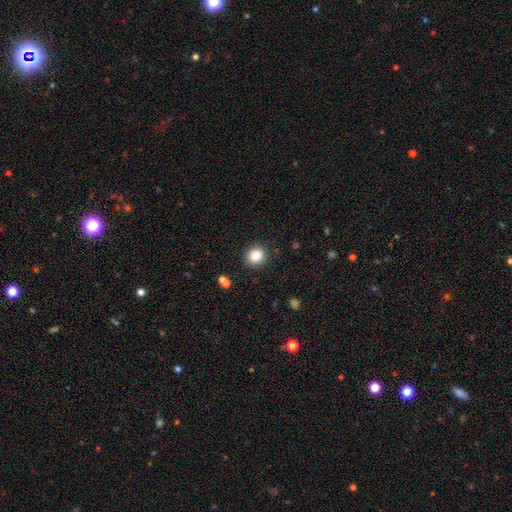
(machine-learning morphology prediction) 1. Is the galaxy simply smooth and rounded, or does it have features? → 84% smooth, 11% star or artifact, 6% featured or disk.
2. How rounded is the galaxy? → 84% round, 15% in between, 1% cigar-shaped.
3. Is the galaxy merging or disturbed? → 89% none, 7% minor disturbance, 2% major disturbance, 2% merger.